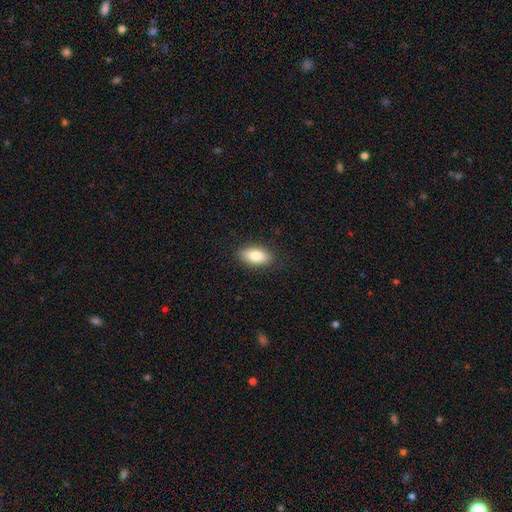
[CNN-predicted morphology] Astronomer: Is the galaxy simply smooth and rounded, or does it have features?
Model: smooth — 82%.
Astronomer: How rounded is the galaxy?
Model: in between — 86%.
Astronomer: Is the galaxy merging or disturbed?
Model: none — 88%.